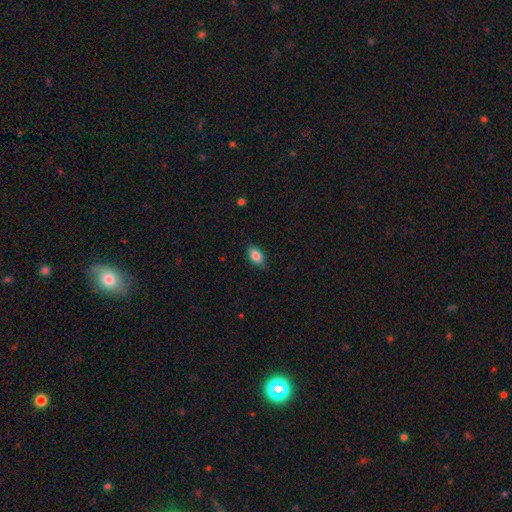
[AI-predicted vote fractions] smooth-or-featured: smooth: 85% | star or artifact: 8% | featured or disk: 8%
  how-rounded: in between: 86% | round: 11% | cigar-shaped: 3%
  merging: none: 81% | minor disturbance: 15% | major disturbance: 3% | merger: 1%